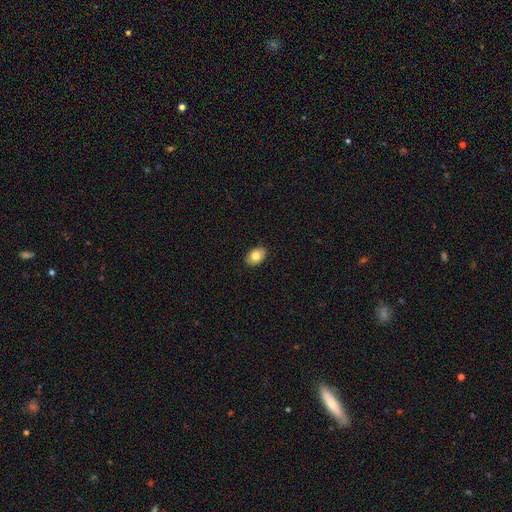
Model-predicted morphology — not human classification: A smooth galaxy with no disk features (79%) that is in between round and cigar-shaped (82%).

Vote fractions:
- Smooth or featured? smooth: 79% / featured or disk: 13% / star or artifact: 7%
- How rounded? in between: 82% / round: 16% / cigar-shaped: 1%
- Merging? none: 89% / minor disturbance: 9% / major disturbance: 2% / merger: 1%